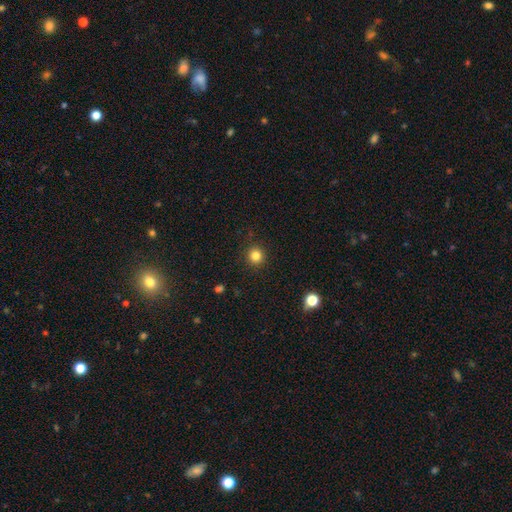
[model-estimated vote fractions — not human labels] smooth 82%, star or artifact 13%, featured or disk 5%. Down the decision tree: how rounded — round (94%); merging — none (92%).